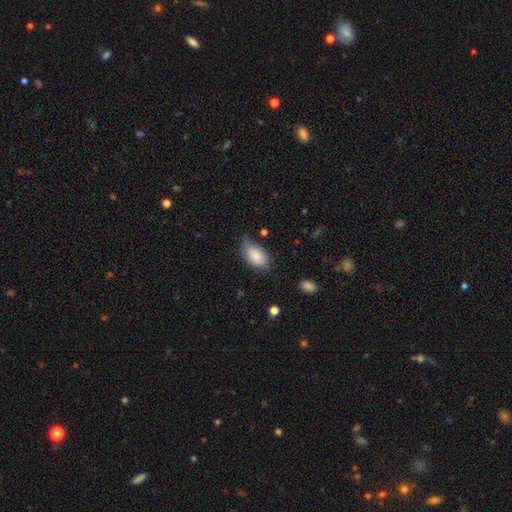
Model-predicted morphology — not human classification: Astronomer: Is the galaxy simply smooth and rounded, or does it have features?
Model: smooth — 83%.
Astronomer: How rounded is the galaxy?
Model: in between — 93%.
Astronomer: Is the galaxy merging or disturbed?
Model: none — 61%.